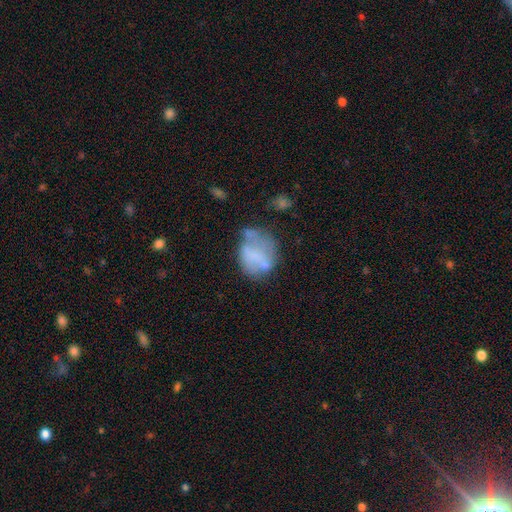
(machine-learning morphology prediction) smooth-or-featured: smooth: 48% | featured or disk: 41% | star or artifact: 11%
  merging: none: 37% | minor disturbance: 27% | major disturbance: 22% | merger: 14%